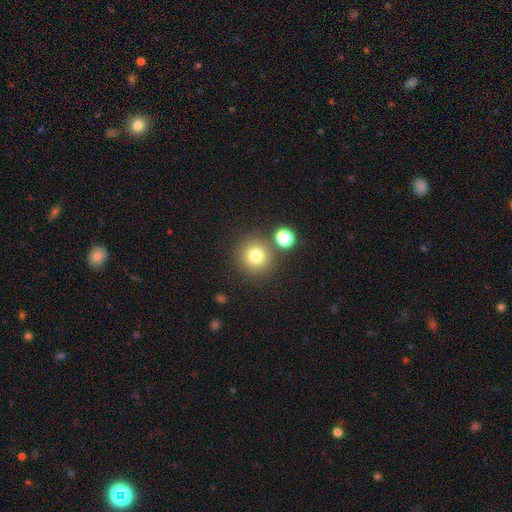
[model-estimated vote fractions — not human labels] smooth_or_featured: smooth (p=0.78) [alt: star or artifact p=0.13]
how_rounded: round (p=0.93) [alt: in between p=0.06]
merging: none (p=0.78) [alt: merger p=0.11]